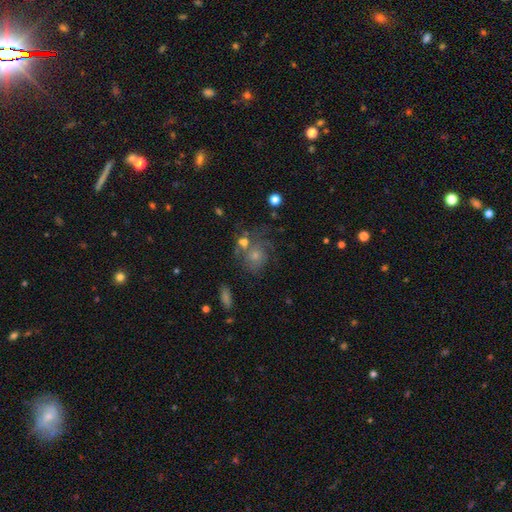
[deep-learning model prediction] A featured or disk galaxy (53%) with no bar (82%), spiral arms (76%) and a small central bulge (51%). Merging: none (50%).